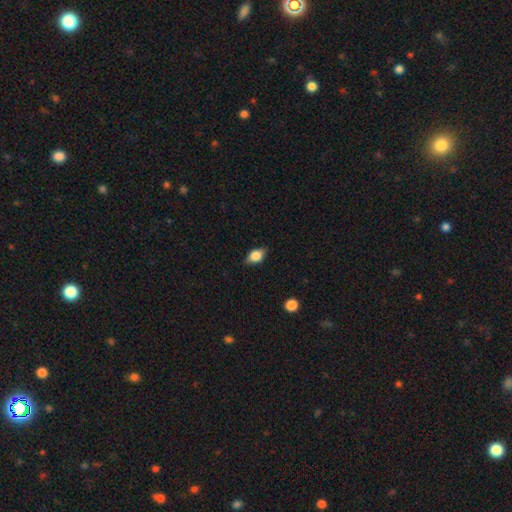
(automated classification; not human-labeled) smooth-or-featured: smooth: 73% | featured or disk: 18% | star or artifact: 9%
  how-rounded: in between: 76% | round: 20% | cigar-shaped: 4%
  merging: none: 78% | minor disturbance: 17% | major disturbance: 4% | merger: 1%